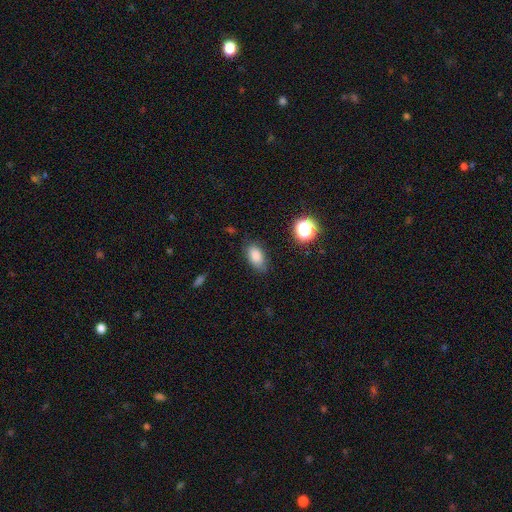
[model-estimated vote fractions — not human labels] This appears to be a smooth galaxy with no disk features (85%) that is in between round and cigar-shaped (89%). Merging: none (77%).